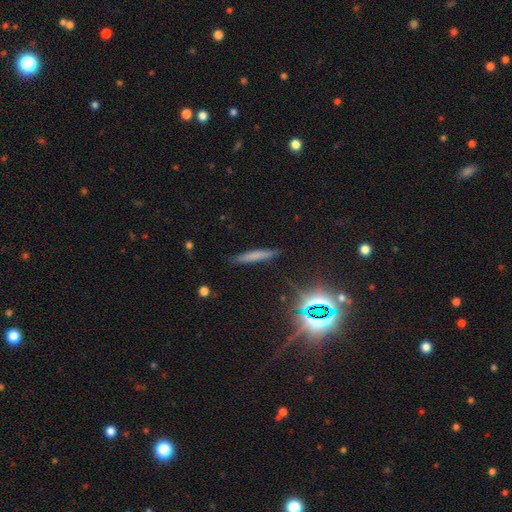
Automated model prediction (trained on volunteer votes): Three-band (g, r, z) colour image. It shows a smooth galaxy with no disk features (63%) that is cigar-shaped (91%). Merging: none (86%).